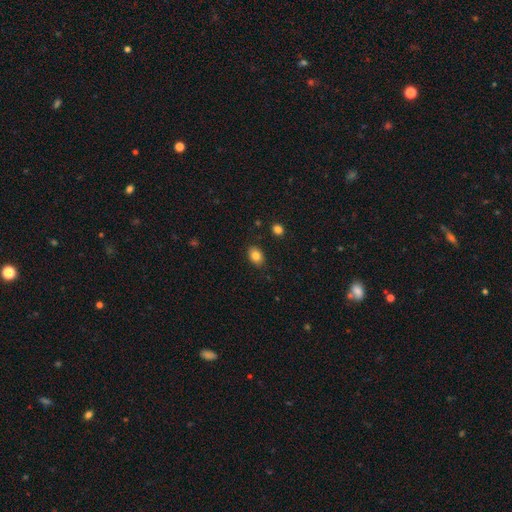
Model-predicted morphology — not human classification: Smooth or featured?
  - smooth: 84% *
  - star or artifact: 9%
  - featured or disk: 7%
How rounded?
  - in between: 73% *
  - round: 25%
  - cigar-shaped: 1%
Merging?
  - none: 86% *
  - minor disturbance: 10%
  - major disturbance: 2%
  - merger: 2%